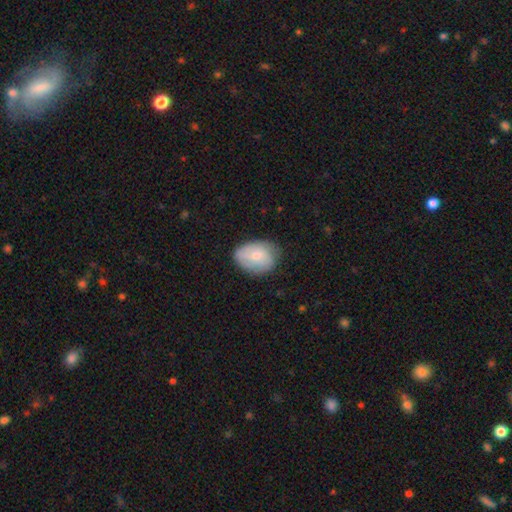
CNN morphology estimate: The model was most divided on "how rounded": in between: 66%, round: 33%, cigar-shaped: 1%. More confident: merging — none (69%); smooth or featured — smooth (68%).